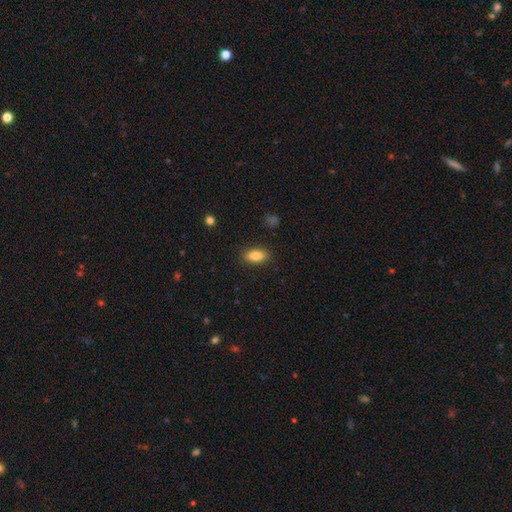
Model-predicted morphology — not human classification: Smooth or featured?
  - smooth: 84% *
  - featured or disk: 8%
  - star or artifact: 8%
How rounded?
  - in between: 88% *
  - cigar-shaped: 6%
  - round: 5%
Merging?
  - none: 88% *
  - minor disturbance: 9%
  - major disturbance: 2%
  - merger: 1%